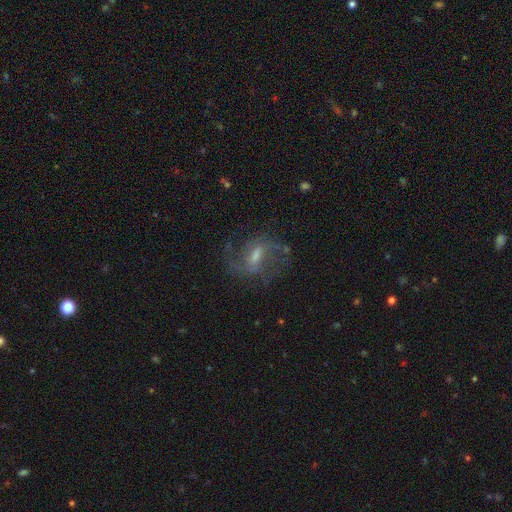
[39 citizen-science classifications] Volunteers were most divided on "bulge size": moderate: 58%, small: 27%, none: 9%, large: 6%, dominant: 0%. More confident: edge-on disk — no (97%); spiral arms — yes (97%); smooth or featured — featured or disk (87%); merging — none (77%); spiral arm count — 2 (72%); bar — weak (64%); spiral winding — medium (62%).